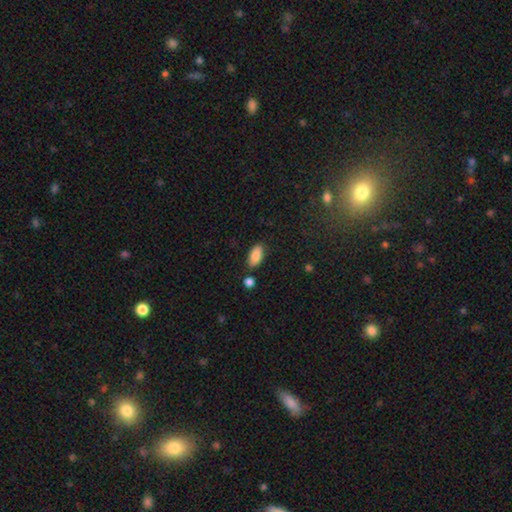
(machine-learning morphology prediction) A smooth galaxy with no disk features (88%) that is in between round and cigar-shaped (89%). Merging: none (81%).